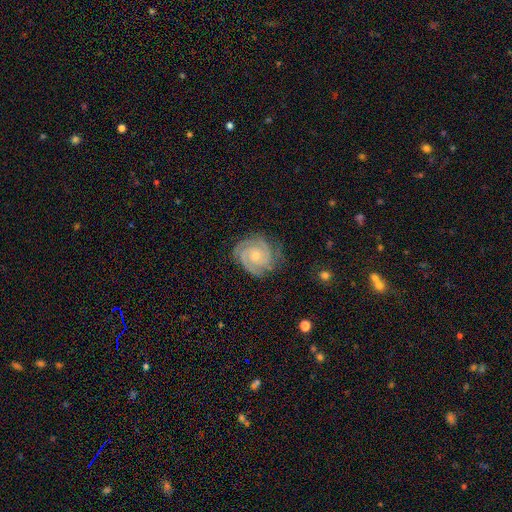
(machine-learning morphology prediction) featured or disk 90%, smooth 6%, star or artifact 5%. Down the decision tree: edge-on disk — no (98%); bar — no (72%); spiral arms — yes (98%); spiral arm count — 2 (48%); spiral winding — tight (78%); bulge size — small (60%); merging — none (78%).